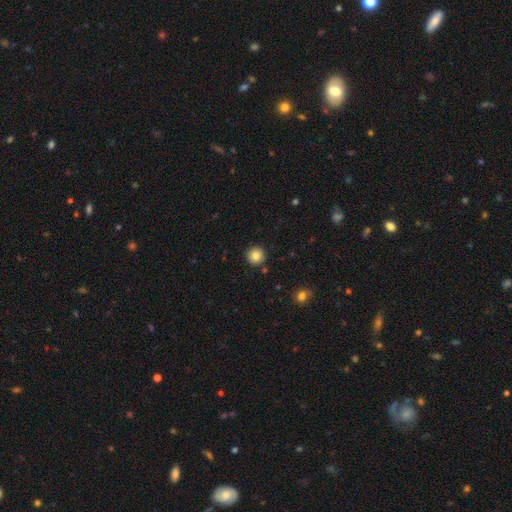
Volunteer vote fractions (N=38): Smooth or featured? smooth (89%)
How rounded? round (100%)
Merging? none (83%)